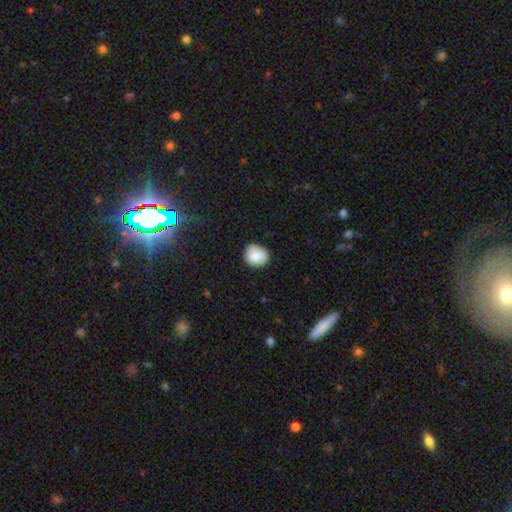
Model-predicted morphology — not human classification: A smooth galaxy with no disk features (87%) that is round (79%).

Vote fractions:
- Smooth or featured? smooth: 87% / star or artifact: 8% / featured or disk: 5%
- How rounded? round: 79% / in between: 21% / cigar-shaped: 1%
- Merging? none: 82% / minor disturbance: 14% / major disturbance: 2% / merger: 1%